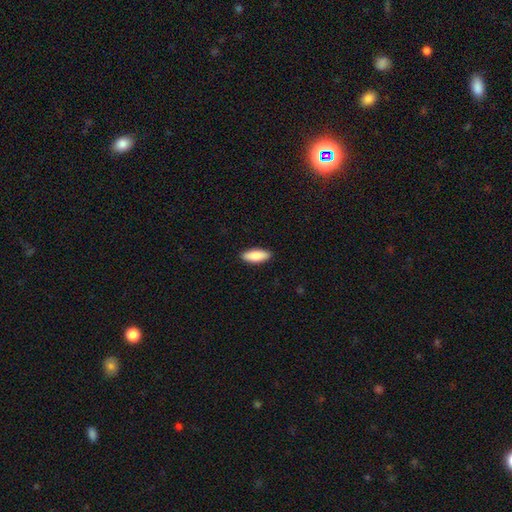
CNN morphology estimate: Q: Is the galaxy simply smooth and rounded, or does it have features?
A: smooth — 87%.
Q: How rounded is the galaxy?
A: in between — 74%.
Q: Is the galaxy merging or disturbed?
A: none — 90%.